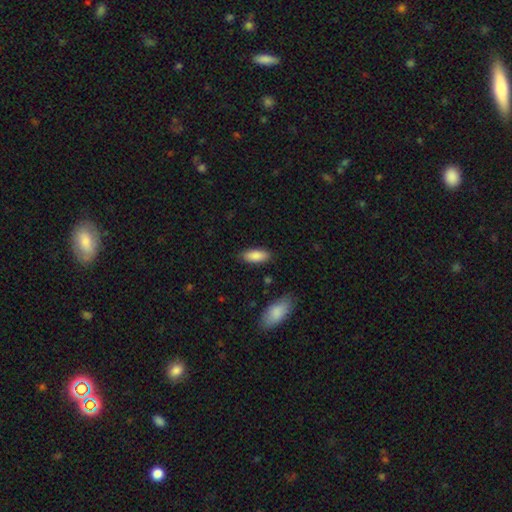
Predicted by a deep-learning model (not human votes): Overall: smooth (87%). How rounded: in between (84%). Merging: none (86%).